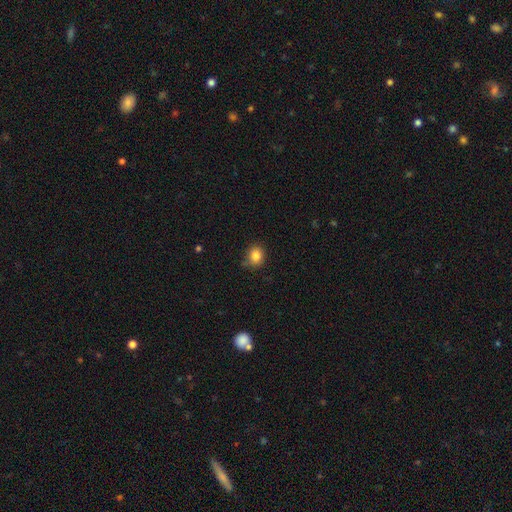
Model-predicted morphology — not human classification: A smooth galaxy with no disk features (85%) that is round (74%).

Vote fractions:
- Smooth or featured? smooth: 85% / star or artifact: 10% / featured or disk: 5%
- How rounded? round: 74% / in between: 25% / cigar-shaped: 1%
- Merging? none: 79% / minor disturbance: 15% / major disturbance: 3% / merger: 3%